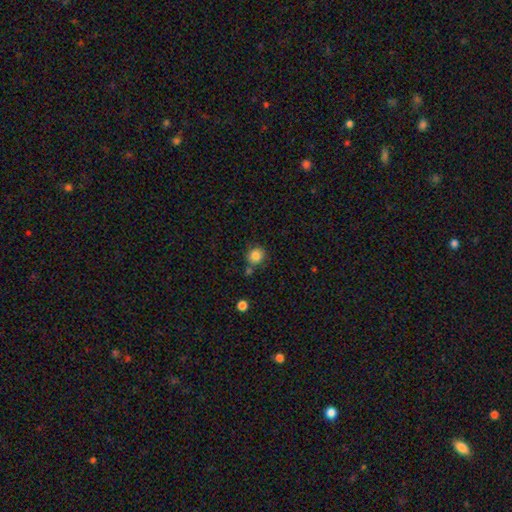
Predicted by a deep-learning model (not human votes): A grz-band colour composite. It shows a smooth galaxy with no disk features (84%) that is round (87%). Merging: none (72%).